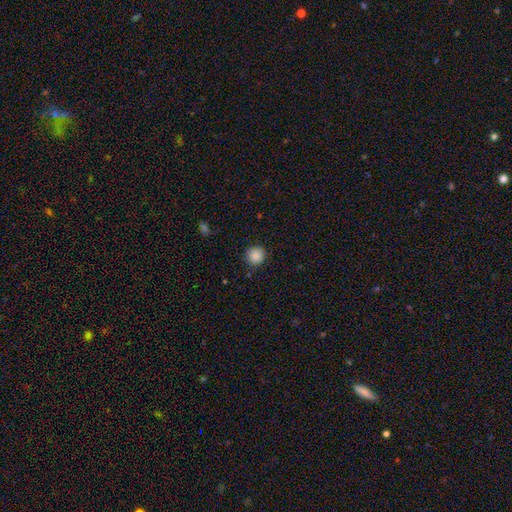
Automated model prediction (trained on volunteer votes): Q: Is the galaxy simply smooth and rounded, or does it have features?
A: smooth — 87%.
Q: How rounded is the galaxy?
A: round — 94%.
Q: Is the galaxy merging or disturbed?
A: none — 89%.